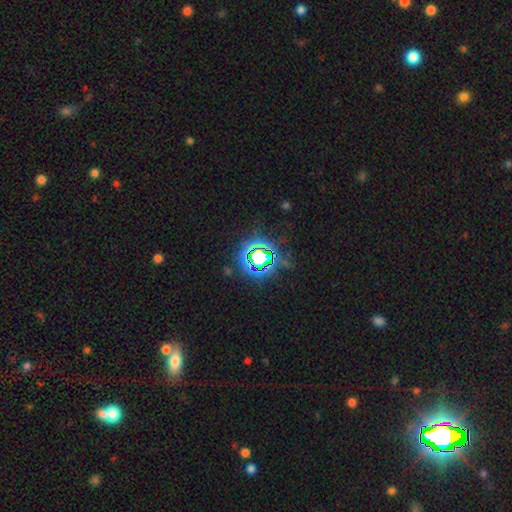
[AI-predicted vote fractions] A star or artifact, not a galaxy (73%).